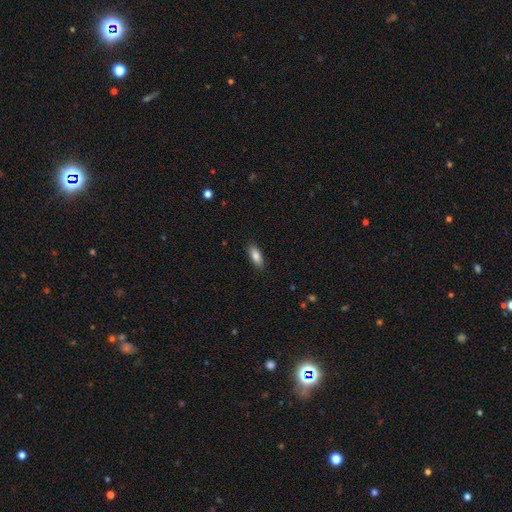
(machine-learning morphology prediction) A smooth galaxy with no disk features (83%) that is in between round and cigar-shaped (73%). Merging: none (88%).